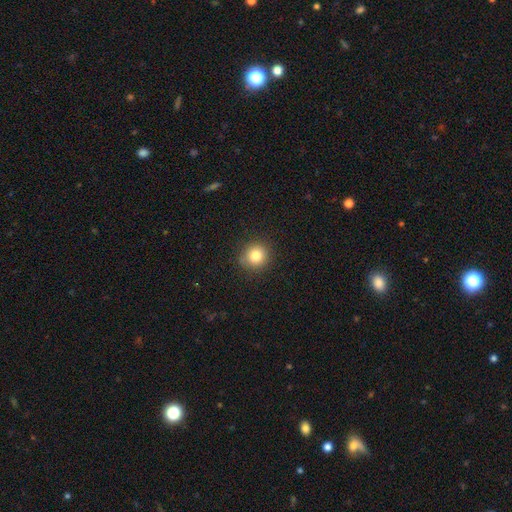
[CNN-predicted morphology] Smooth or featured?
  - smooth: 81% *
  - star or artifact: 11%
  - featured or disk: 8%
How rounded?
  - round: 90% *
  - in between: 9%
  - cigar-shaped: 1%
Merging?
  - none: 87% *
  - minor disturbance: 9%
  - major disturbance: 2%
  - merger: 1%